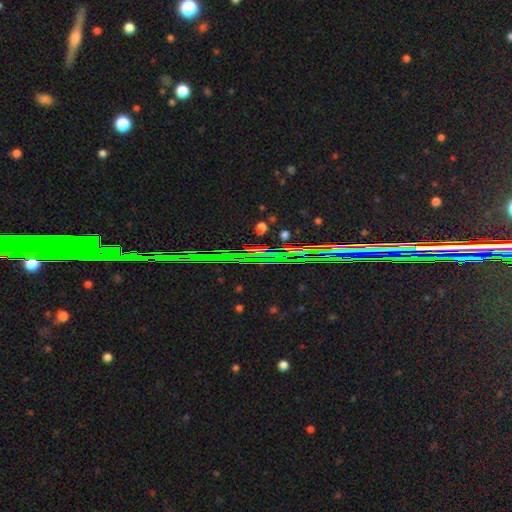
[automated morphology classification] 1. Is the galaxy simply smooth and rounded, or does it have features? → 83% star or artifact, 9% featured or disk, 8% smooth.